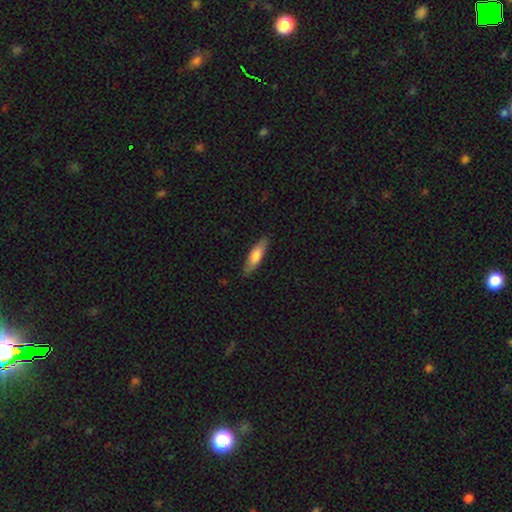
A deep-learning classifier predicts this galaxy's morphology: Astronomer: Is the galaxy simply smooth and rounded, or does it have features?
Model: smooth — 72%.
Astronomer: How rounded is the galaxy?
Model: cigar-shaped — 64%.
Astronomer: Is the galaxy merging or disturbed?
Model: none — 86%.